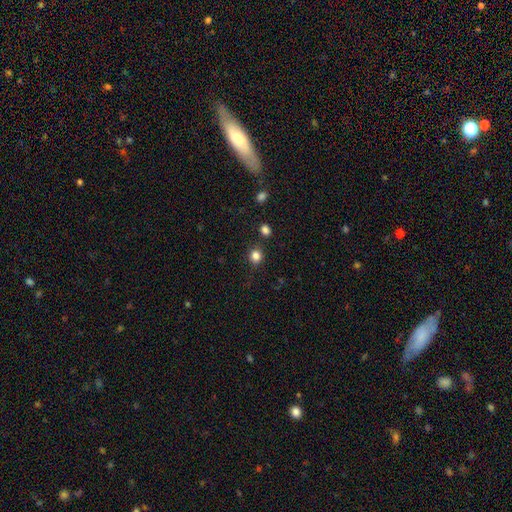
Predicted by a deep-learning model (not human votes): Smooth or featured: smooth — 83% (star or artifact — 13%)
How rounded: round — 81% (in between — 18%)
Merging: none — 83% (minor disturbance — 9%)